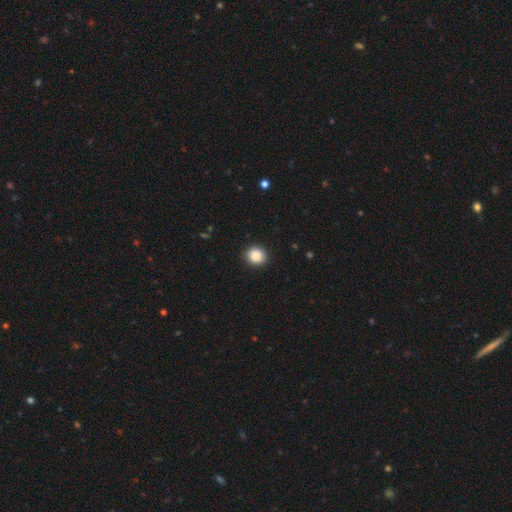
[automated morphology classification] smooth_or_featured: smooth (p=0.88) [alt: star or artifact p=0.09]
how_rounded: round (p=0.82) [alt: in between p=0.17]
merging: none (p=0.90) [alt: minor disturbance p=0.07]